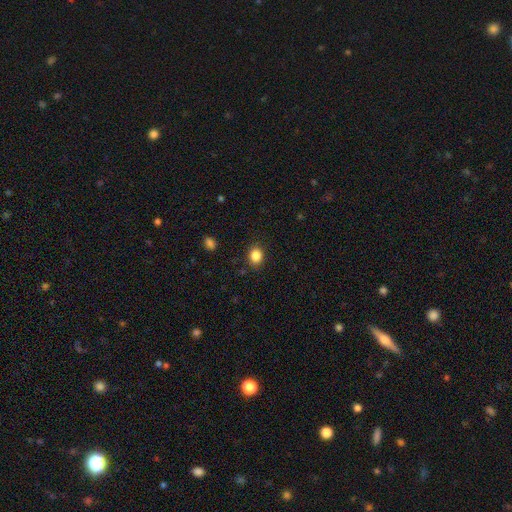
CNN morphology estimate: Smooth or featured: smooth — 86% (star or artifact — 10%)
How rounded: round — 55% (in between — 44%)
Merging: none — 87% (minor disturbance — 9%)